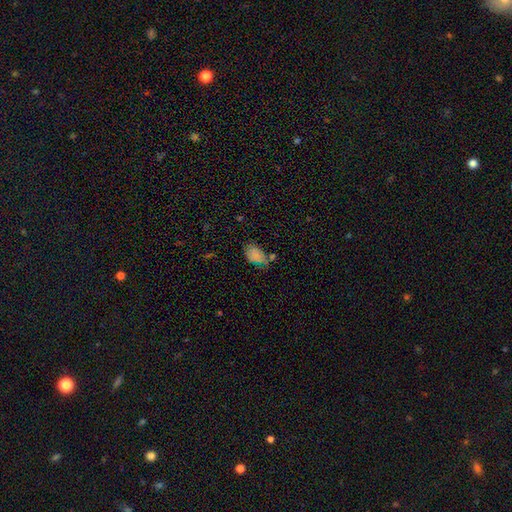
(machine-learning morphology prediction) smooth 77%, star or artifact 13%, featured or disk 9%. Down the decision tree: how rounded — in between (86%); merging — none (49%).